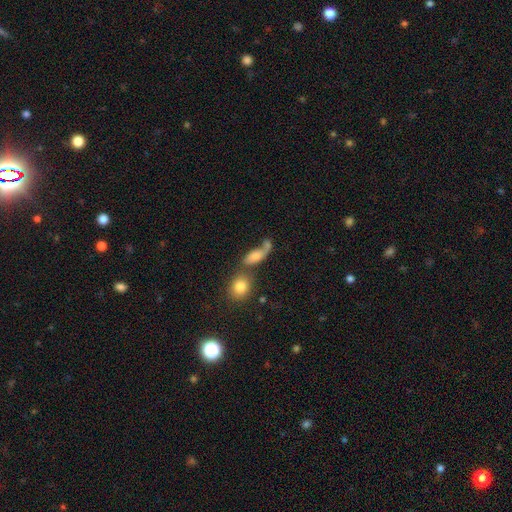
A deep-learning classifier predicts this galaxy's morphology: Smooth or featured?
  - smooth: 67% *
  - featured or disk: 22%
  - star or artifact: 11%
How rounded?
  - in between: 74% *
  - cigar-shaped: 15%
  - round: 10%
Merging?
  - merger: 37% *
  - none: 32%
  - major disturbance: 16%
  - minor disturbance: 14%